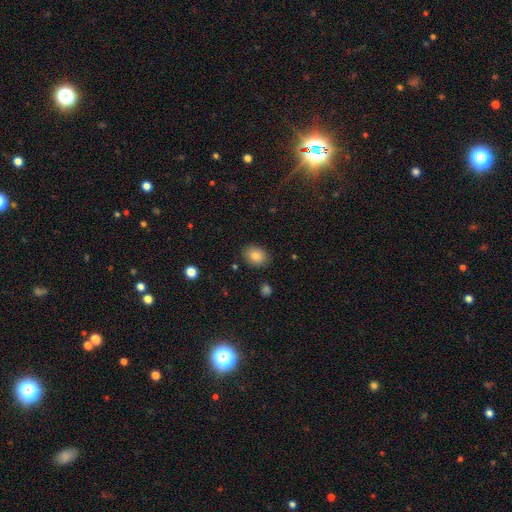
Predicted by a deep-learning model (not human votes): Smooth or featured? smooth (84%)
How rounded? in between (55%)
Merging? none (86%)